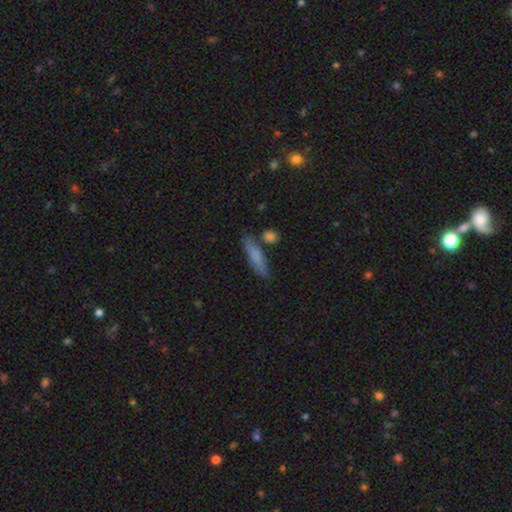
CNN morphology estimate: Smooth or featured? Predicted: smooth (p=0.76). How rounded? Predicted: cigar-shaped (p=0.74). Merging? Predicted: none (p=0.75).